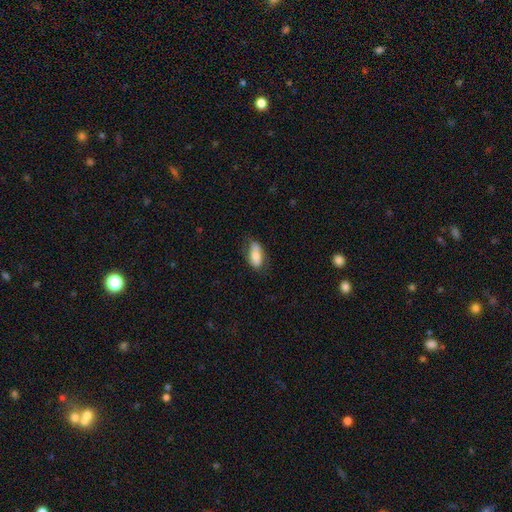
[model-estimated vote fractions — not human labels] Smooth or featured: smooth — 74% (featured or disk — 19%)
How rounded: in between — 88% (cigar-shaped — 9%)
Merging: none — 66% (minor disturbance — 25%)